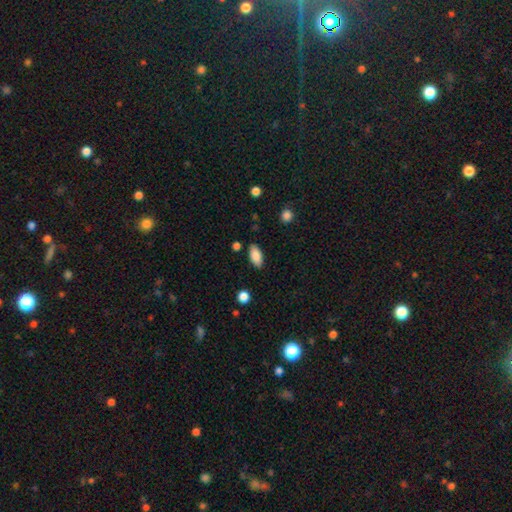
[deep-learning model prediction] Smooth or featured?
  - smooth: 86% *
  - star or artifact: 7%
  - featured or disk: 7%
How rounded?
  - in between: 91% *
  - cigar-shaped: 7%
  - round: 3%
Merging?
  - none: 85% *
  - minor disturbance: 10%
  - major disturbance: 2%
  - merger: 2%